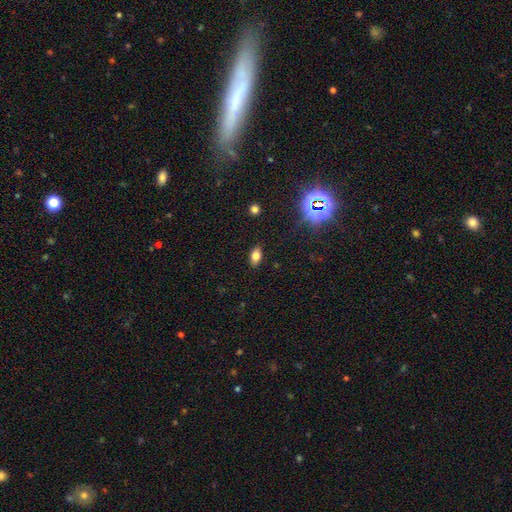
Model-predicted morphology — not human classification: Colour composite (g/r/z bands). It shows a smooth galaxy with no disk features (75%) that is in between round and cigar-shaped (88%). Merging: none (87%).